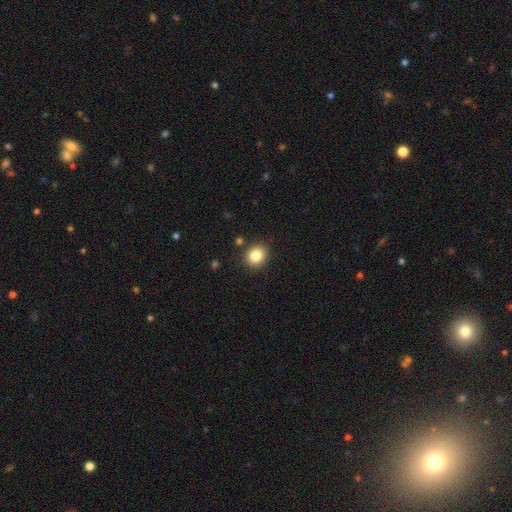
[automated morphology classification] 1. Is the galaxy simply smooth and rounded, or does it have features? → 83% smooth, 10% star or artifact, 7% featured or disk.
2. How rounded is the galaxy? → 76% round, 23% in between, 1% cigar-shaped.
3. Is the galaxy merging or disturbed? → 88% none, 7% minor disturbance, 2% merger, 2% major disturbance.